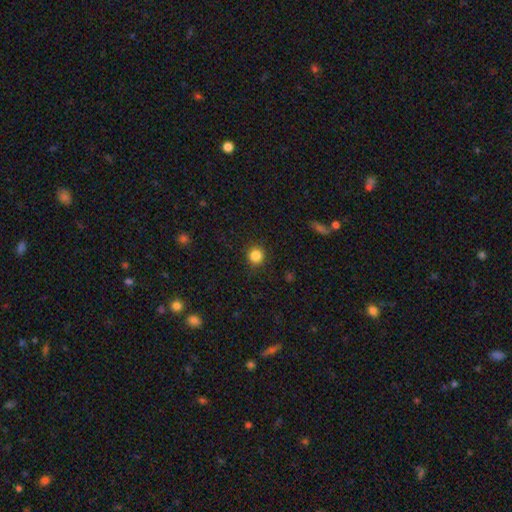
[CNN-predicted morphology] type=smooth (84%); roundness=round (93%); merging=none (89%).